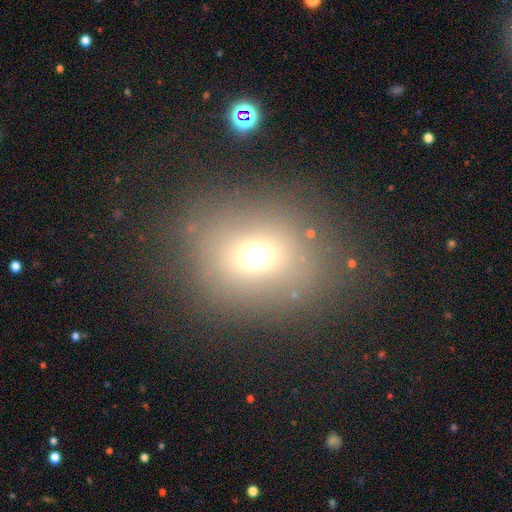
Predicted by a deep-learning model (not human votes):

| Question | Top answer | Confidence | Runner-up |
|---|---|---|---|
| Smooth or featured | smooth | 66% | star or artifact (22%) |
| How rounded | round | 70% | in between (28%) |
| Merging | none | 81% | minor disturbance (9%) |